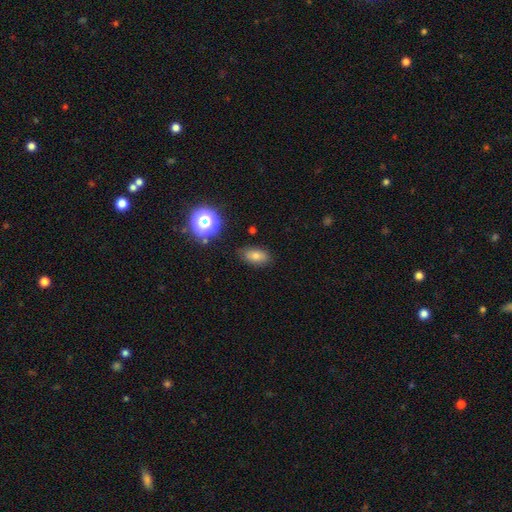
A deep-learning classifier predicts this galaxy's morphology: Q: Smooth or featured?
A: smooth (74%); runner-up: star or artifact (14%)
Q: How rounded?
A: in between (85%); runner-up: round (11%)
Q: Merging?
A: none (81%); runner-up: minor disturbance (14%)